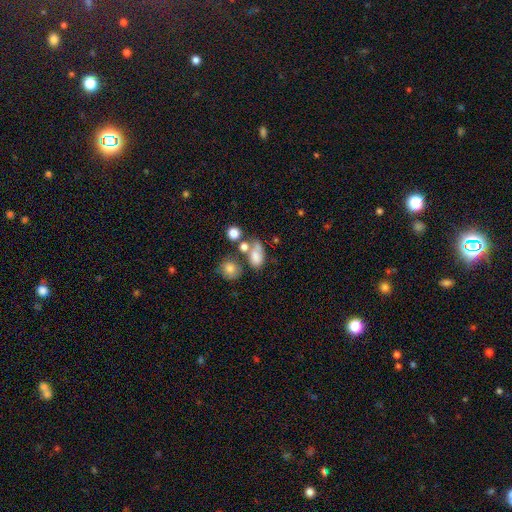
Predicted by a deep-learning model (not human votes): Smooth or featured? smooth (70%)
How rounded? in between (77%)
Merging? merger (38%)